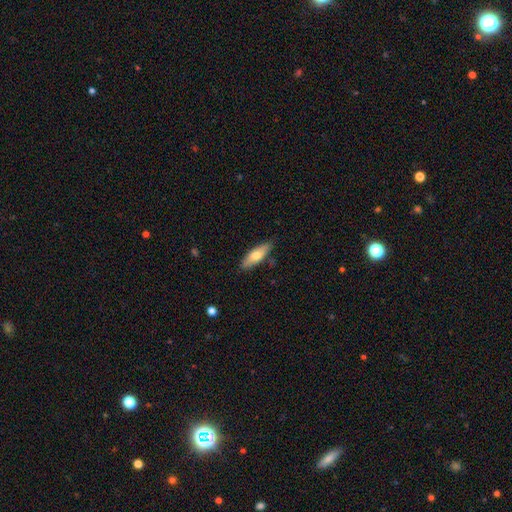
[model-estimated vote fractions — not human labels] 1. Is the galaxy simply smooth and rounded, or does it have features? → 66% smooth, 28% featured or disk, 6% star or artifact.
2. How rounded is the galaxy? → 55% in between, 43% cigar-shaped, 2% round.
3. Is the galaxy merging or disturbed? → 84% none, 12% minor disturbance, 2% major disturbance, 2% merger.